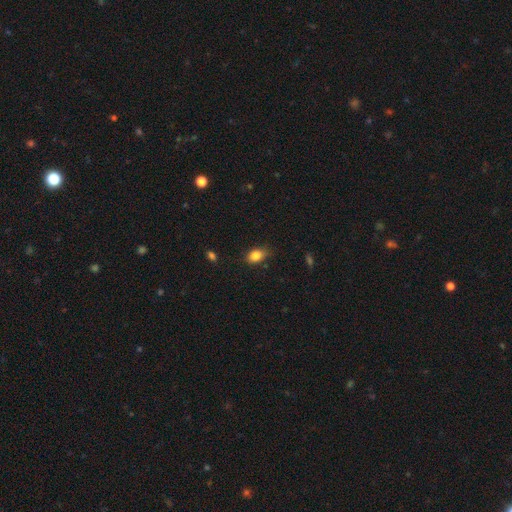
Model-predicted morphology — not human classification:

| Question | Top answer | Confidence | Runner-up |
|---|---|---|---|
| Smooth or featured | smooth | 85% | star or artifact (9%) |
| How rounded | in between | 78% | round (21%) |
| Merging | none | 75% | minor disturbance (20%) |